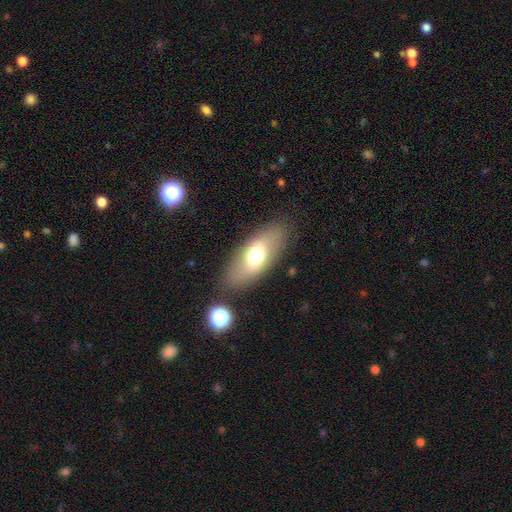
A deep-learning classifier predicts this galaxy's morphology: Smooth or featured? smooth (64%)
How rounded? in between (83%)
Merging? none (83%)